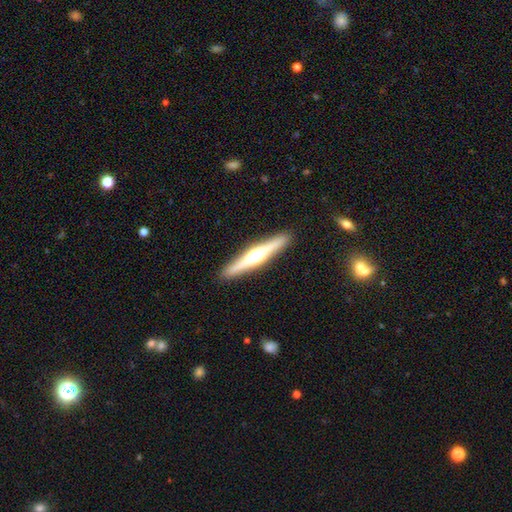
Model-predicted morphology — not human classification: The model was most divided on "smooth or featured": featured or disk: 70%, smooth: 24%, star or artifact: 5%. More confident: edge-on disk — yes (97%); edge-on bulge — rounded (92%); merging — none (91%).